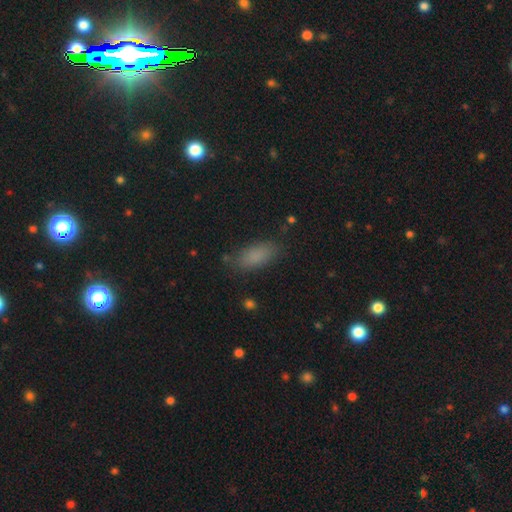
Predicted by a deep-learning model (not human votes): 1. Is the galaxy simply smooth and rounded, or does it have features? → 83% smooth, 11% star or artifact, 6% featured or disk.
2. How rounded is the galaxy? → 83% in between, 14% cigar-shaped, 3% round.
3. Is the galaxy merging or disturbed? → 82% none, 13% minor disturbance, 4% major disturbance, 2% merger.